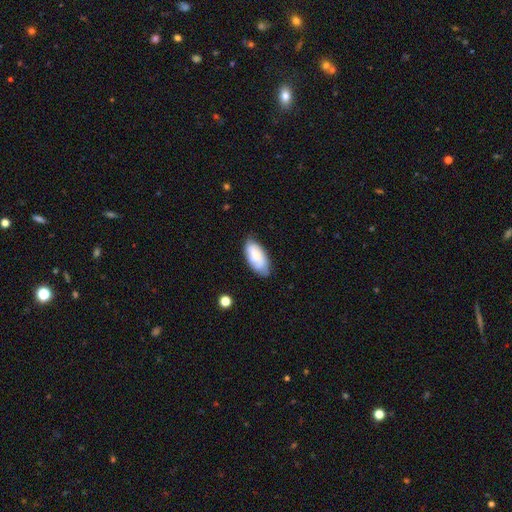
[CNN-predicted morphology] smooth_or_featured: smooth (p=0.69) [alt: featured or disk p=0.24]
how_rounded: in between (p=0.91) [alt: cigar-shaped p=0.07]
merging: none (p=0.65) [alt: minor disturbance p=0.26]